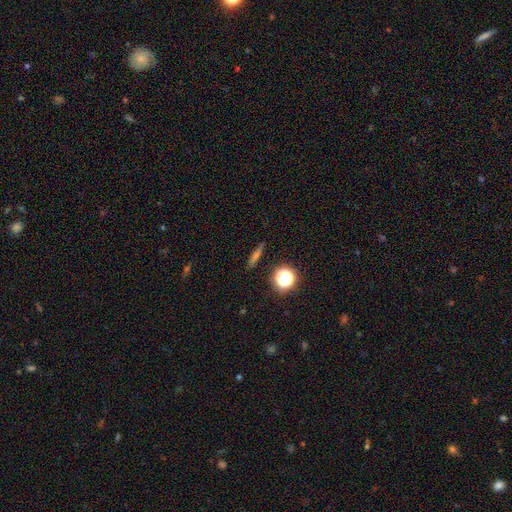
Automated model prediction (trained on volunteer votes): A smooth galaxy with no disk features (42%).

Vote fractions:
- Smooth or featured? smooth: 42% / featured or disk: 32% / star or artifact: 26%
- Merging? none: 90% / minor disturbance: 6% / major disturbance: 2% / merger: 2%